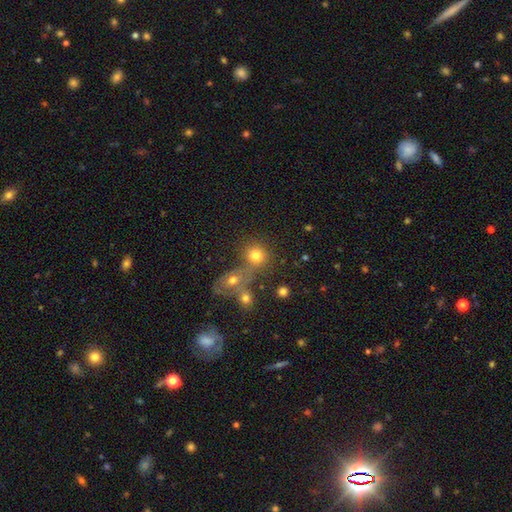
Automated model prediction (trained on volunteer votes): Smooth or featured: smooth — 76% (star or artifact — 14%)
How rounded: round — 80% (in between — 18%)
Merging: none — 50% (merger — 34%)